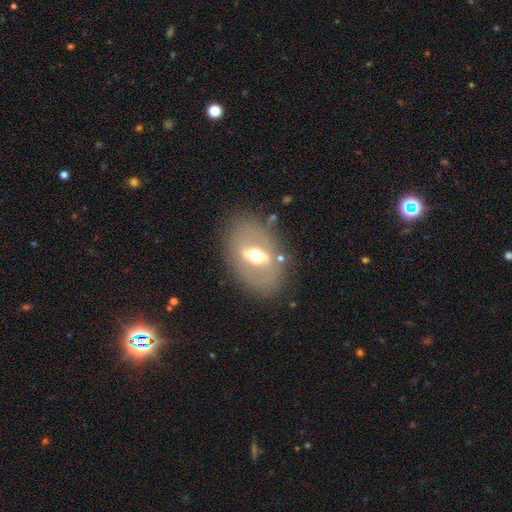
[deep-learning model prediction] Smooth or featured: featured or disk — 59% (smooth — 33%)
Edge-on disk: no — 81% (yes — 19%)
Merging: none — 77% (minor disturbance — 13%)